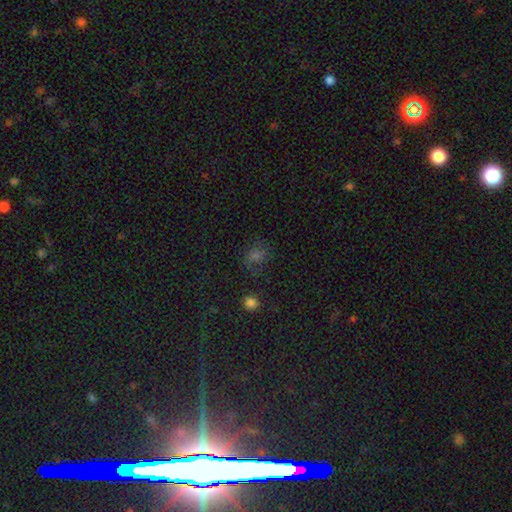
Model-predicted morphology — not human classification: Smooth or featured? smooth (52%)
How rounded? round (59%)
Merging? none (66%)